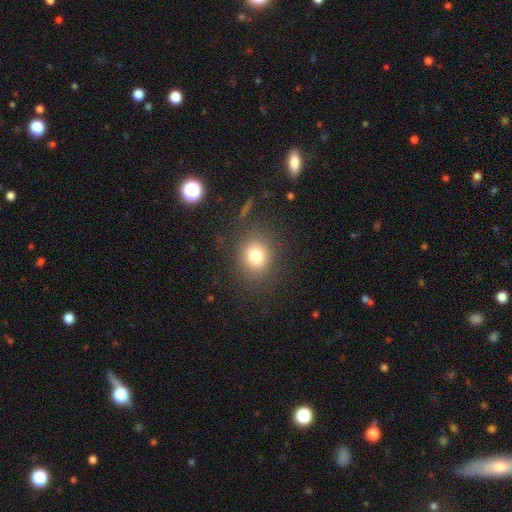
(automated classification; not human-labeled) This appears to be a smooth galaxy with no disk features (78%) that is round (77%). Merging: none (85%).